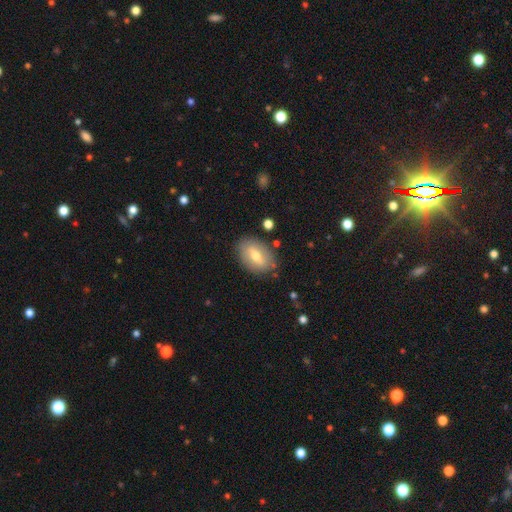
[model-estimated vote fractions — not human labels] Smooth or featured? smooth (60%)
How rounded? in between (84%)
Merging? none (82%)